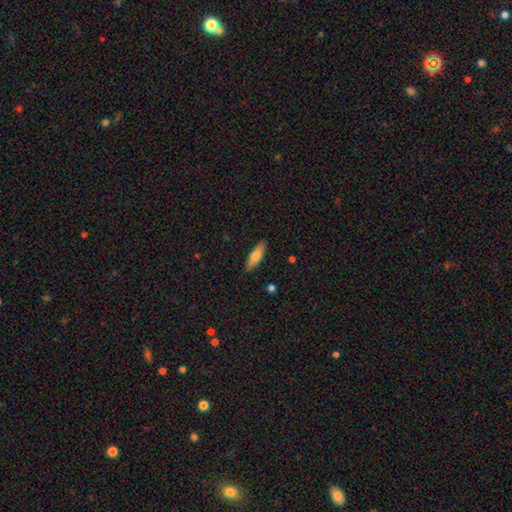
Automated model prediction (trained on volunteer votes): This appears to be a smooth galaxy with no disk features (69%) that is in between round and cigar-shaped (49%, tied with cigar-shaped). Merging: none (89%).